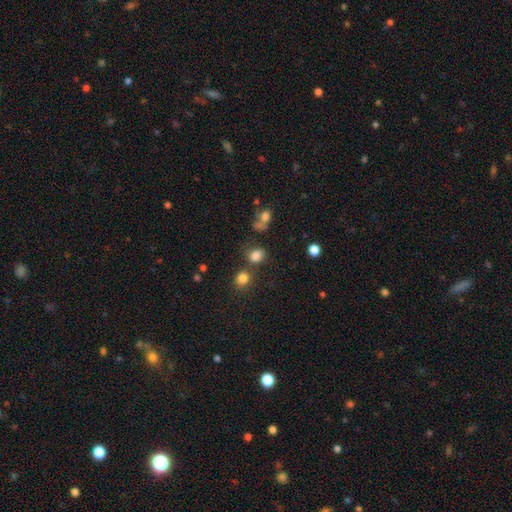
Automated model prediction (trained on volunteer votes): smooth-or-featured: smooth: 79% | star or artifact: 15% | featured or disk: 6%
  how-rounded: round: 60% | in between: 39% | cigar-shaped: 1%
  merging: none: 59% | merger: 20% | minor disturbance: 13% | major disturbance: 7%